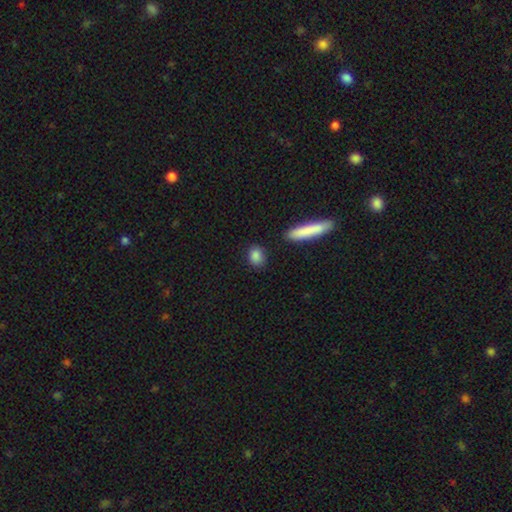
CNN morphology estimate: smooth-or-featured: smooth: 87% | star or artifact: 8% | featured or disk: 5%
  how-rounded: in between: 56% | round: 38% | cigar-shaped: 6%
  merging: none: 84% | minor disturbance: 10% | merger: 3% | major disturbance: 3%